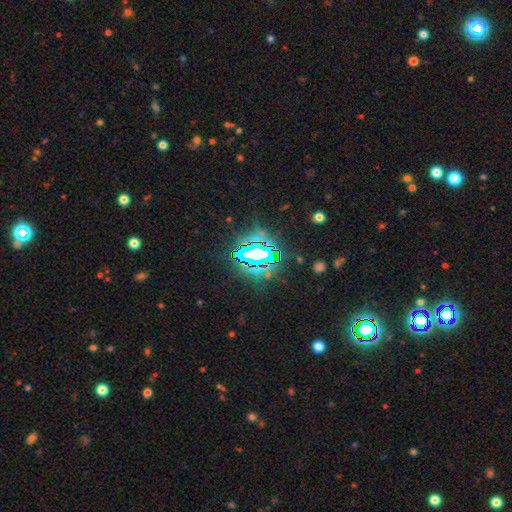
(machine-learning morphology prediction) This is likely a star or artifact rather than a galaxy (75%).